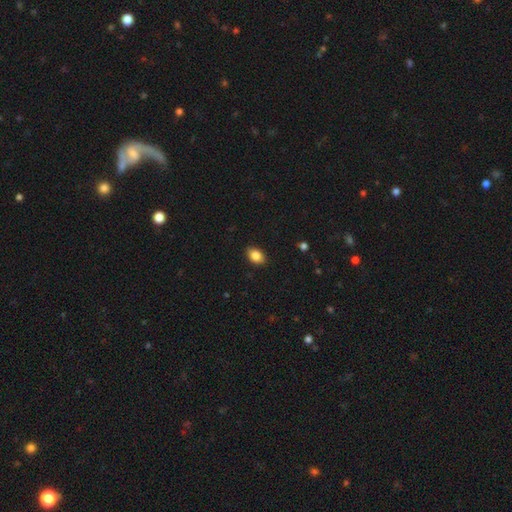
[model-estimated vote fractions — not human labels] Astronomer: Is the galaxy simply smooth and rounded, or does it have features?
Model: smooth — 86%.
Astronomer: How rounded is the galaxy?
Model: in between — 84%.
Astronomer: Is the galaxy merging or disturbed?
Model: none — 89%.